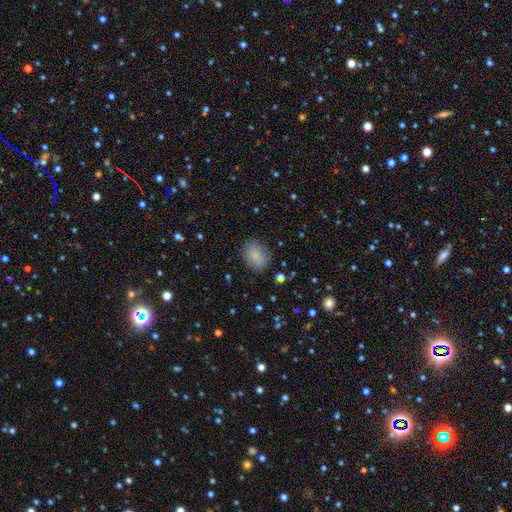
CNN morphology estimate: Smooth or featured? smooth (83%)
How rounded? in between (60%)
Merging? none (82%)